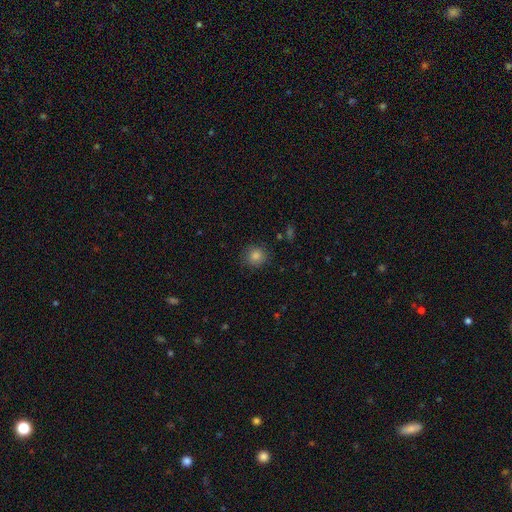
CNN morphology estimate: This appears to be a smooth galaxy with no disk features (82%) that is round (90%). Merging: none (87%).